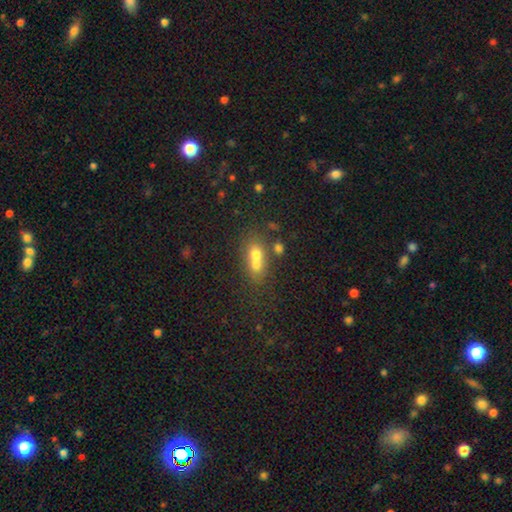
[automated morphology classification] smooth 59%, featured or disk 21%, star or artifact 20%. Down the decision tree: how rounded — in between (50%); merging — merger (56%).